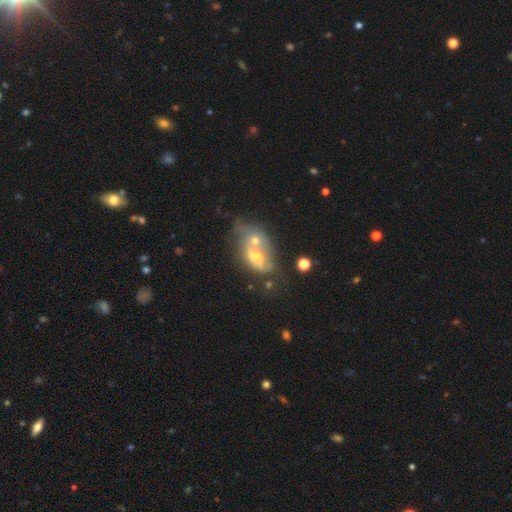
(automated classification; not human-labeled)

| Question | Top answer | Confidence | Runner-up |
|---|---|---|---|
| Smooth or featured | smooth | 45% | featured or disk (43%) |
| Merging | merger | 66% | none (15%) |